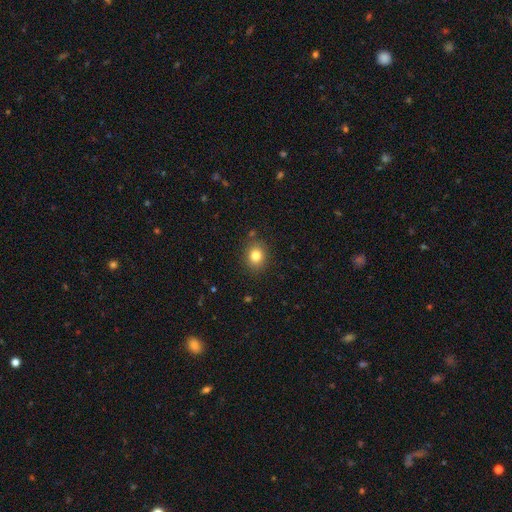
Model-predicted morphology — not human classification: Smooth or featured? Predicted: smooth (p=0.82). How rounded? Predicted: round (p=0.65). Merging? Predicted: none (p=0.86).